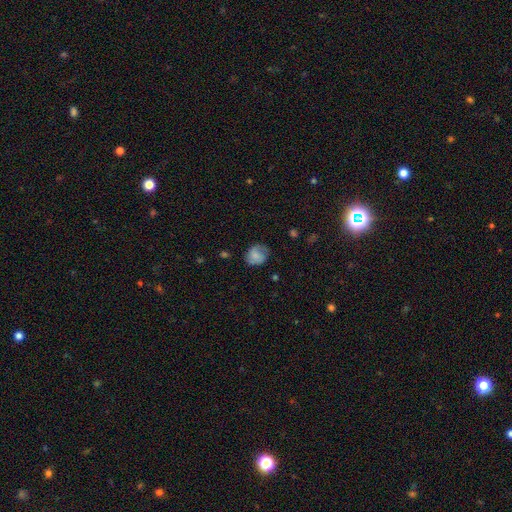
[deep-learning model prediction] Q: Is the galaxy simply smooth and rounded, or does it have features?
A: smooth — 63%.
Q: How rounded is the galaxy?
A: round — 64%.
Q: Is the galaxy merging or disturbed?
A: none — 63%.